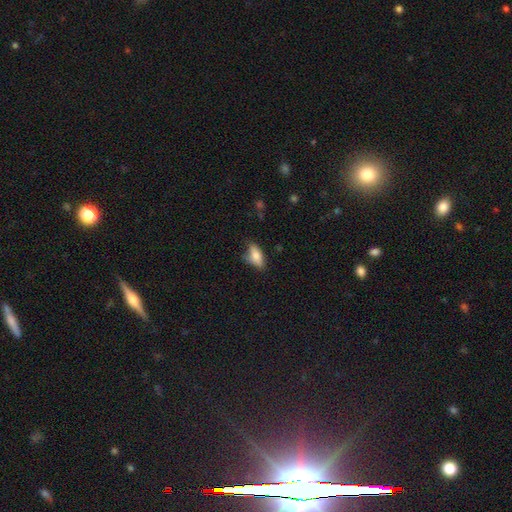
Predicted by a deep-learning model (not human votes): This is likely a smooth galaxy (78%). How rounded: clearly in between (84%). Merging: possibly none (59%).